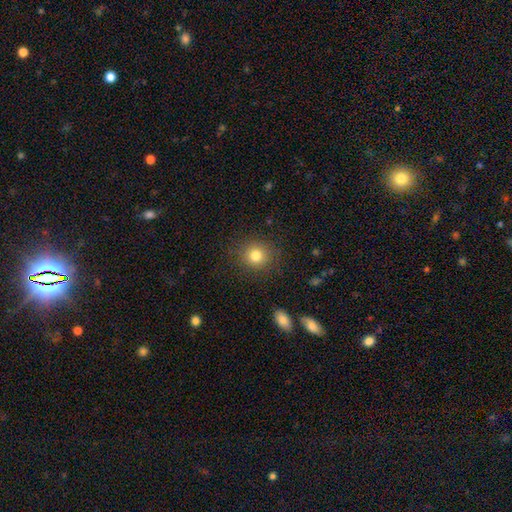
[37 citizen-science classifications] Volunteers were most divided on "merging": none: 86%, minor disturbance: 11%, major disturbance: 3%, merger: 0%. More confident: how rounded — round (94%); smooth or featured — smooth (92%).